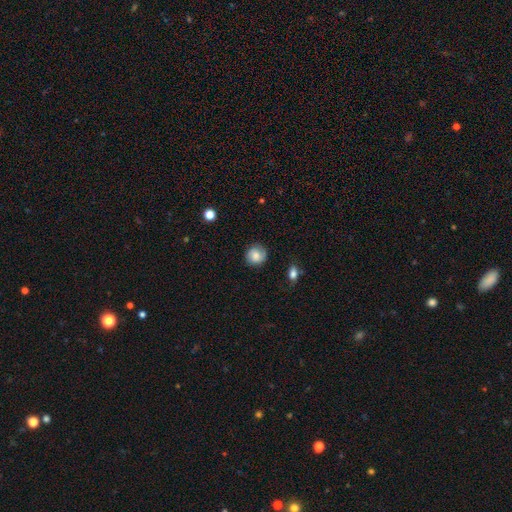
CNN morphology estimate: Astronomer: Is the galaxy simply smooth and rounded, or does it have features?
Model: smooth — 76%.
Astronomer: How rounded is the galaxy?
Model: round — 88%.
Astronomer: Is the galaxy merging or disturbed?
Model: none — 82%.